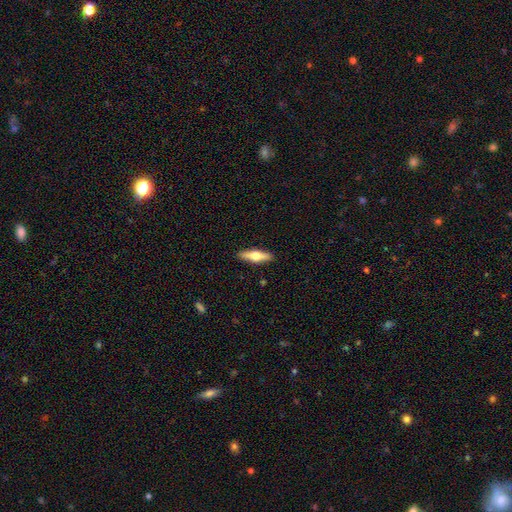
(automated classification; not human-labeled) Smooth or featured? smooth (48%)
Merging? none (91%)